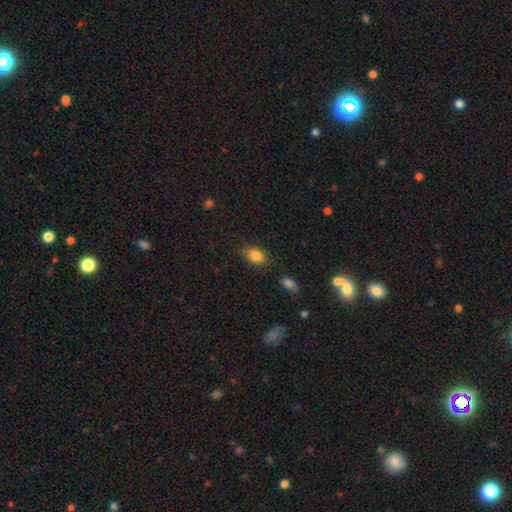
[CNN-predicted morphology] This is clearly a smooth galaxy (84%). How rounded: likely in between (80%). Merging: likely none (79%).